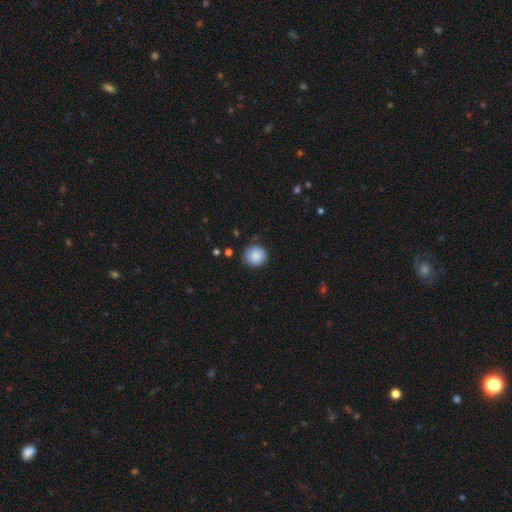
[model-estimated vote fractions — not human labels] This appears to be a smooth galaxy with no disk features (85%) that is round (93%). Merging: none (83%).